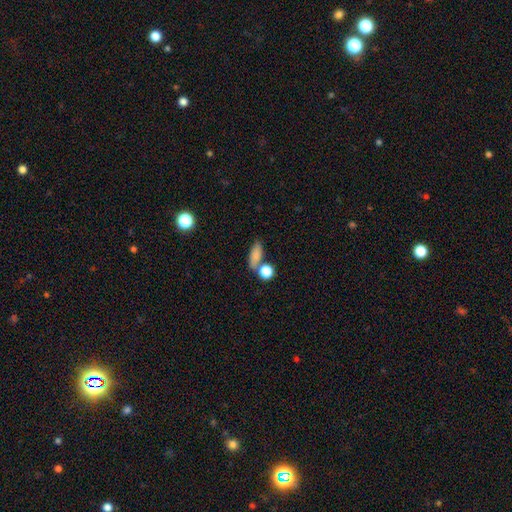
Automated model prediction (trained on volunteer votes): Overall: smooth (78%). How rounded: in between (65%). Merging: none (55%; merger 23%).